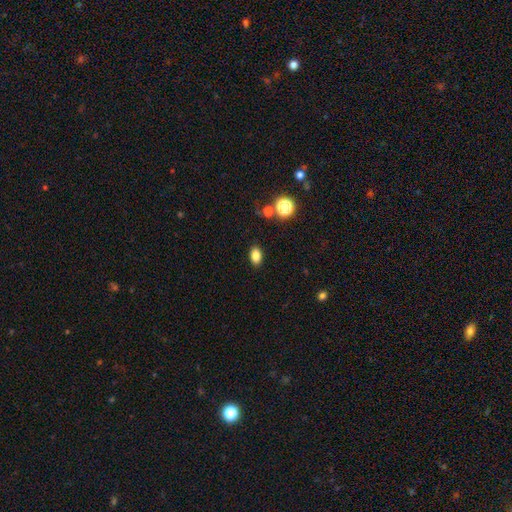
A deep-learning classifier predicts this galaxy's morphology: This is clearly a smooth galaxy (82%). How rounded: clearly in between (83%). Merging: clearly none (88%).